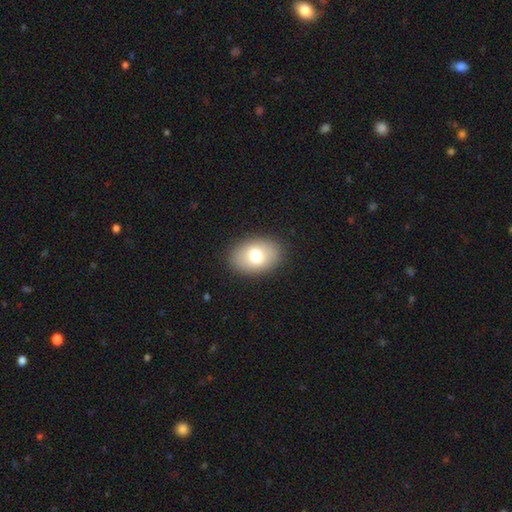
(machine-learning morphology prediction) type=smooth (73%); roundness=in between (81%); merging=none (88%).